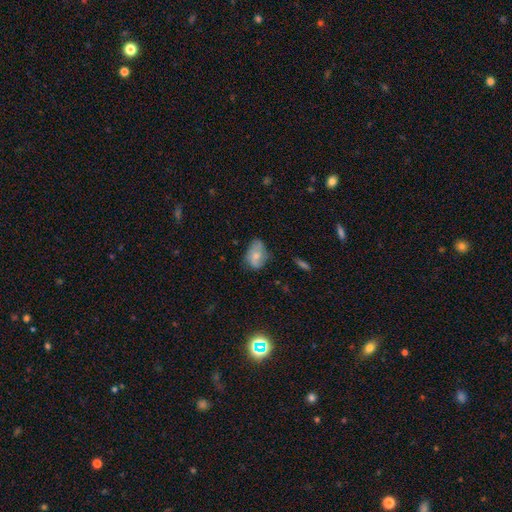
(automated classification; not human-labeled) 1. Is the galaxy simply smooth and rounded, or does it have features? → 57% smooth, 35% featured or disk, 8% star or artifact.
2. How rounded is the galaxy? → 81% in between, 17% round, 2% cigar-shaped.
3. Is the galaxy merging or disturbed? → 54% none, 34% minor disturbance, 11% major disturbance, 2% merger.